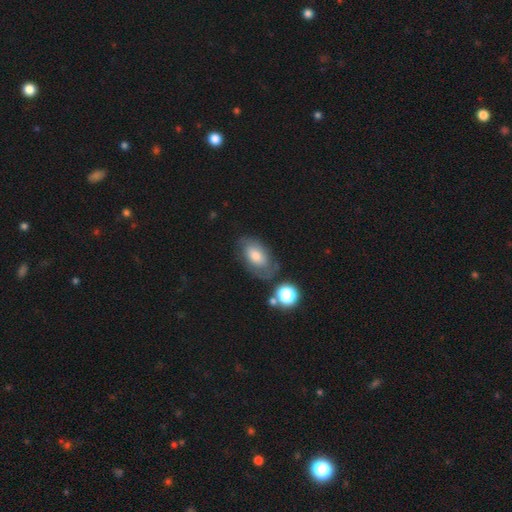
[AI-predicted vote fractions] smooth-or-featured: smooth: 54% | featured or disk: 36% | star or artifact: 10%
  how-rounded: in between: 89% | round: 9% | cigar-shaped: 2%
  merging: none: 63% | minor disturbance: 23% | major disturbance: 10% | merger: 5%